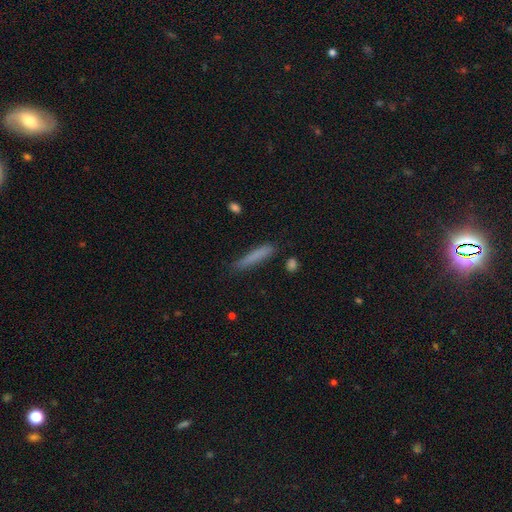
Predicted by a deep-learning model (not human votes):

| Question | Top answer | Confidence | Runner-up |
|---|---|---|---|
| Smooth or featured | smooth | 78% | featured or disk (15%) |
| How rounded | cigar-shaped | 93% | in between (6%) |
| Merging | none | 79% | minor disturbance (15%) |